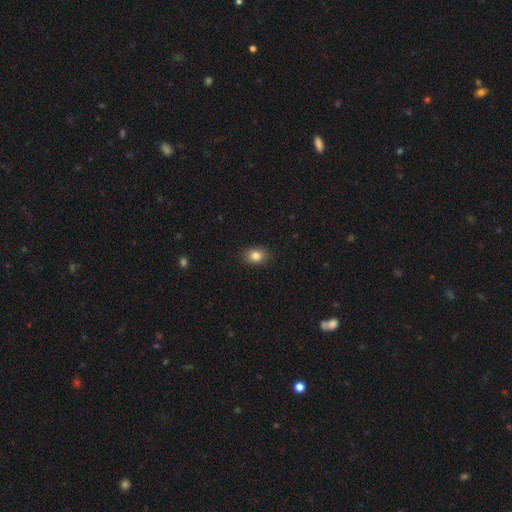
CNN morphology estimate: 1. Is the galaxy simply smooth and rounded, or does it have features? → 83% smooth, 10% star or artifact, 7% featured or disk.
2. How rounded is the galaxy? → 68% in between, 31% round, 1% cigar-shaped.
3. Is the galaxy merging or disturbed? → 87% none, 9% minor disturbance, 2% major disturbance, 1% merger.